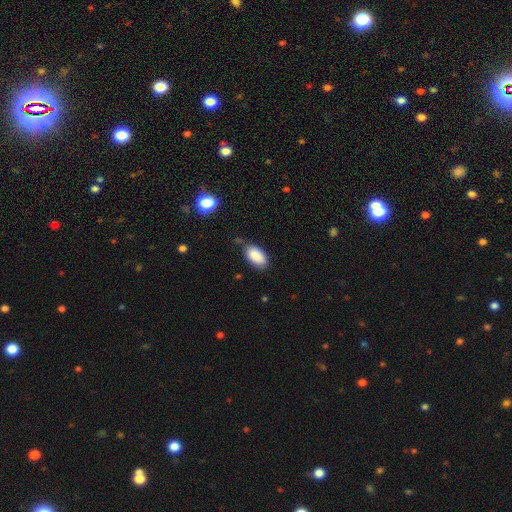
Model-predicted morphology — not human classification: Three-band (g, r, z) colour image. It shows a smooth galaxy with no disk features (89%) that is in between round and cigar-shaped (95%). Merging: none (72%).